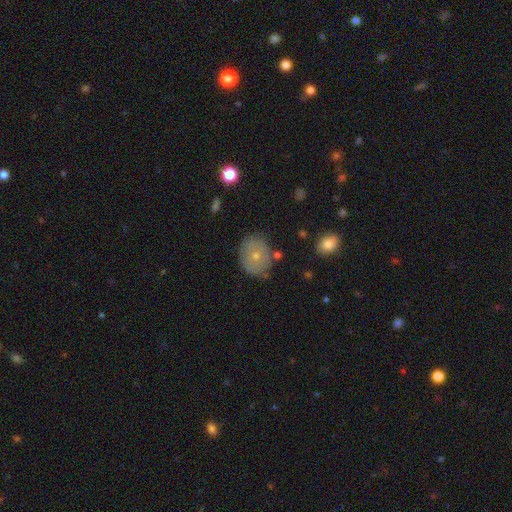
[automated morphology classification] A smooth galaxy with no disk features (61%) that is round (61%).

Vote fractions:
- Smooth or featured? smooth: 61% / featured or disk: 30% / star or artifact: 9%
- How rounded? round: 61% / in between: 38% / cigar-shaped: 1%
- Merging? none: 77% / minor disturbance: 16% / major disturbance: 4% / merger: 3%